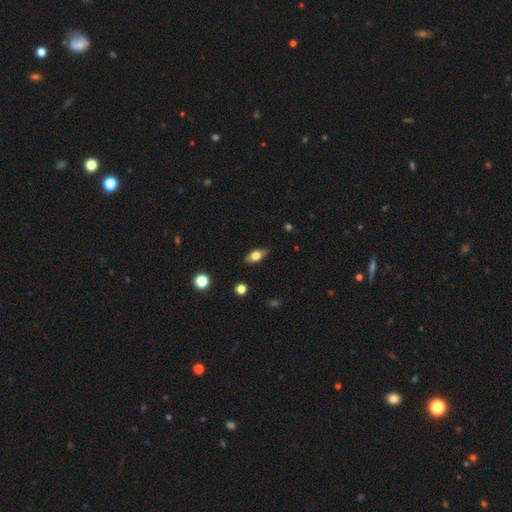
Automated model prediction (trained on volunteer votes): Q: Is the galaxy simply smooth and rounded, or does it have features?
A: smooth — 64%.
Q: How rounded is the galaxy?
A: in between — 80%.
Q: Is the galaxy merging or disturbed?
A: none — 82%.